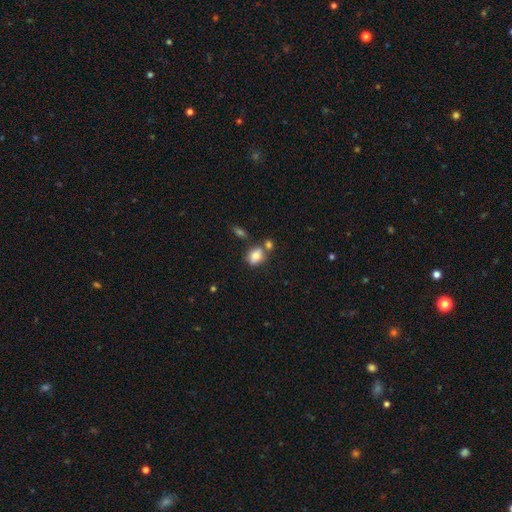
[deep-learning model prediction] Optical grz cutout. It shows a smooth galaxy with no disk features (82%) that is in between round and cigar-shaped (61%). Merging: none (59%).